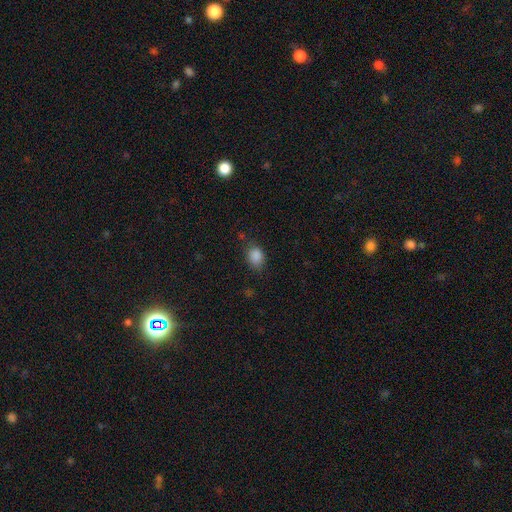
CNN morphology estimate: Smooth or featured? smooth (86%)
How rounded? in between (59%)
Merging? none (74%)